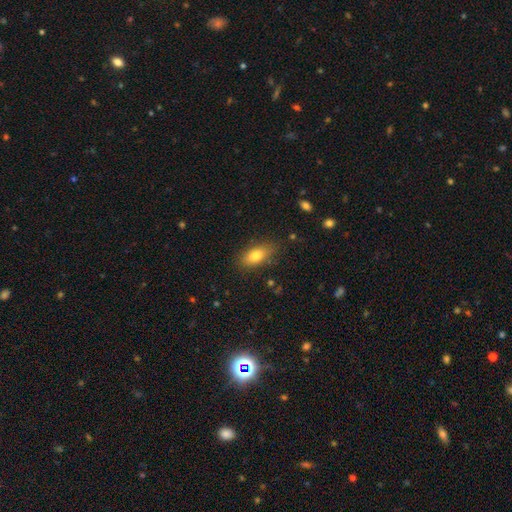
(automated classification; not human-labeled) Q: Smooth or featured?
A: smooth (79%); runner-up: featured or disk (13%)
Q: How rounded?
A: in between (85%); runner-up: cigar-shaped (10%)
Q: Merging?
A: none (82%); runner-up: minor disturbance (13%)